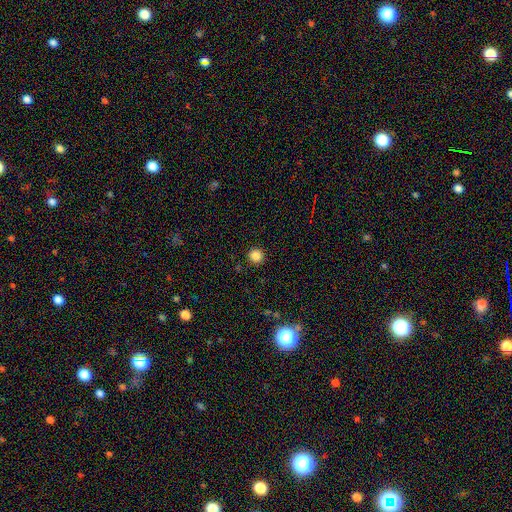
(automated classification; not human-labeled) This appears to be a smooth galaxy with no disk features (85%) that is round (95%). Merging: none (93%).